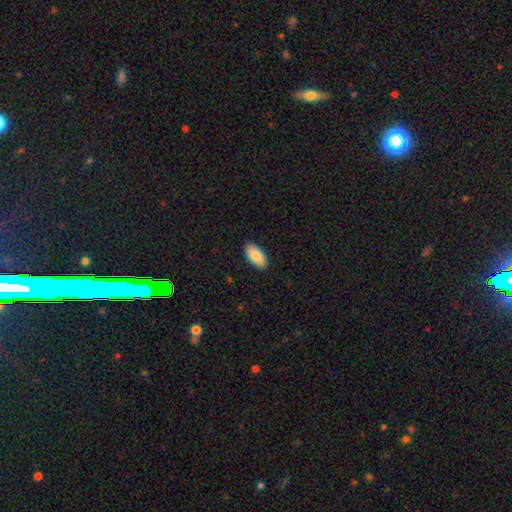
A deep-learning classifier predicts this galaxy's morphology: Smooth or featured? Predicted: smooth (p=0.87). How rounded? Predicted: in between (p=0.92). Merging? Predicted: none (p=0.89).